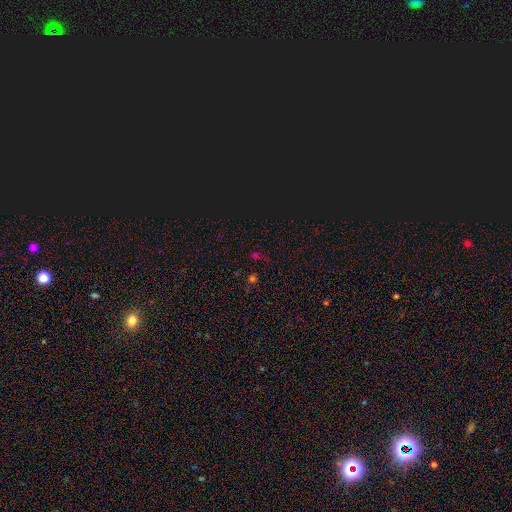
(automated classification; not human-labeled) Morphology: type=star or artifact (59%).